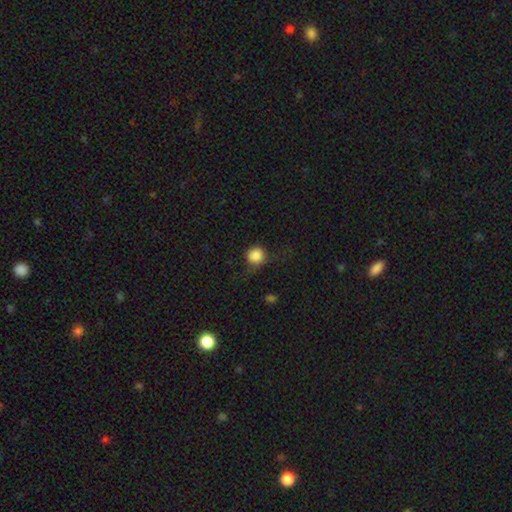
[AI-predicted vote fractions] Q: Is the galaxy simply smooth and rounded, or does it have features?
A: smooth — 84%.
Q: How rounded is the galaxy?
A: round — 89%.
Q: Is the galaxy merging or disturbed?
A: none — 58%.